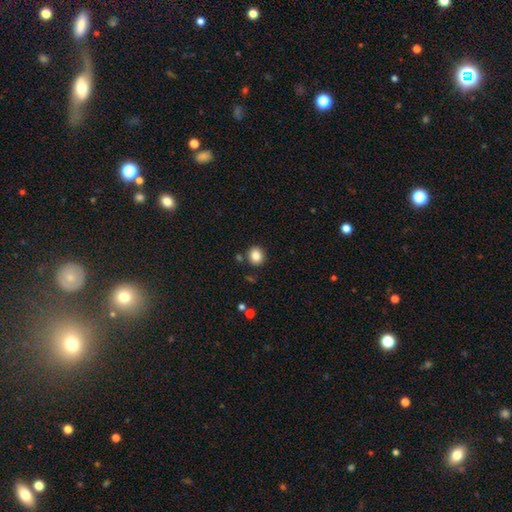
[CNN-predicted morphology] type=smooth (85%); roundness=round (81%); merging=none (86%).